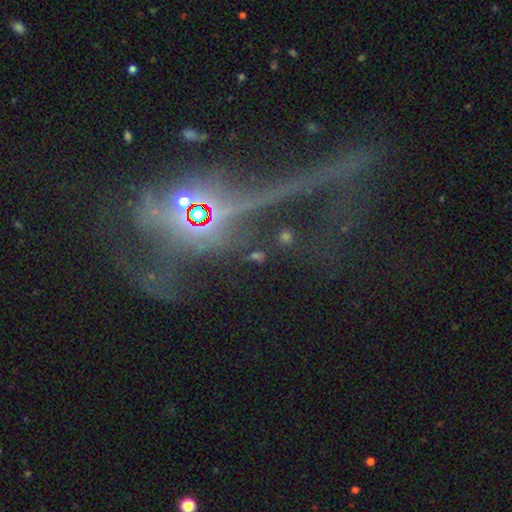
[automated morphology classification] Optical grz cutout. It shows a star or artifact, not a galaxy (54%).